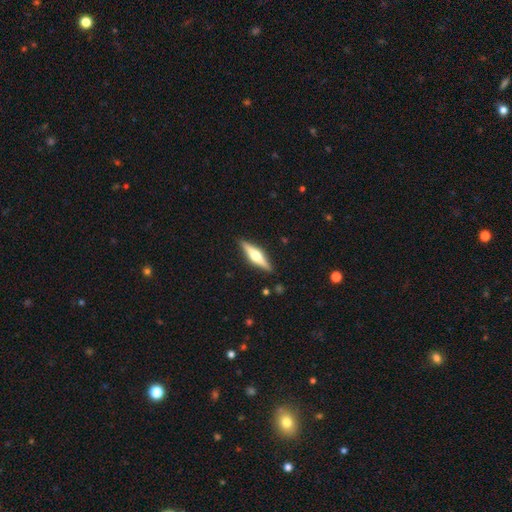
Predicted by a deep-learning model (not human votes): The model was most divided on "smooth or featured": featured or disk: 70%, smooth: 26%, star or artifact: 5%. More confident: edge-on disk — yes (97%); edge-on bulge — rounded (94%); merging — none (90%).